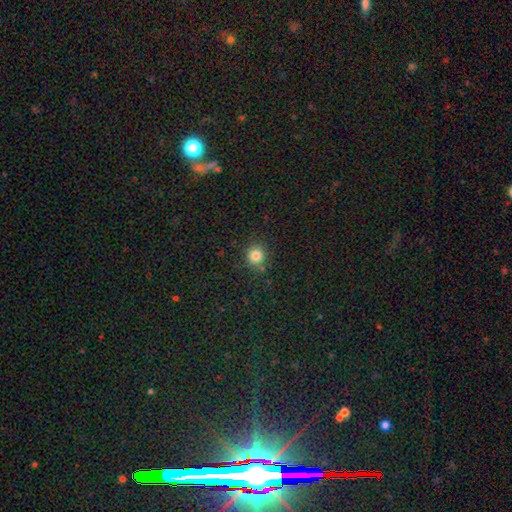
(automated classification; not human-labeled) This is clearly a smooth galaxy (82%). How rounded: clearly round (89%). Merging: clearly none (85%).